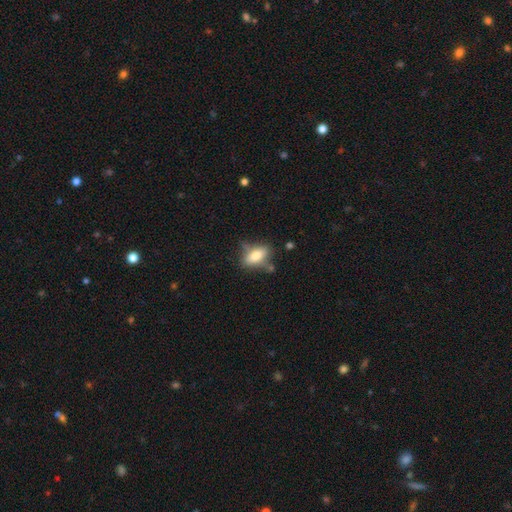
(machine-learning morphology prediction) Smooth or featured? Predicted: smooth (p=0.66). How rounded? Predicted: in between (p=0.82). Merging? Predicted: none (p=0.62).